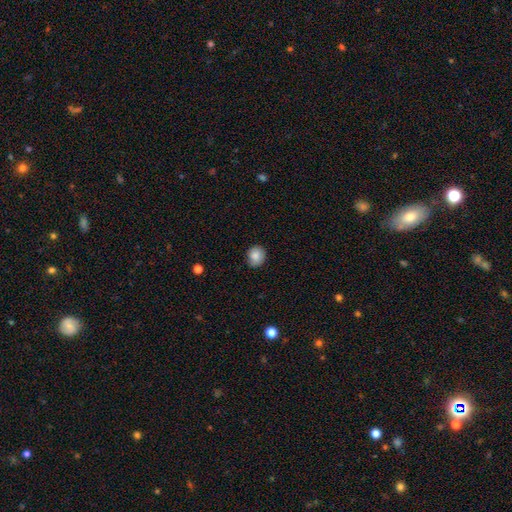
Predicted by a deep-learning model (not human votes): Smooth or featured? Predicted: smooth (p=0.85). How rounded? Predicted: round (p=0.76). Merging? Predicted: none (p=0.79).